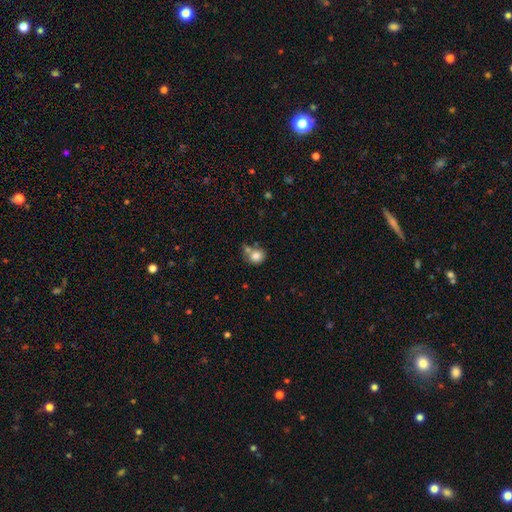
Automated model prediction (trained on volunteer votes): Smooth or featured?
  - smooth: 81% *
  - star or artifact: 10%
  - featured or disk: 9%
How rounded?
  - round: 75% *
  - in between: 24%
  - cigar-shaped: 1%
Merging?
  - none: 47% *
  - merger: 33%
  - minor disturbance: 14%
  - major disturbance: 6%